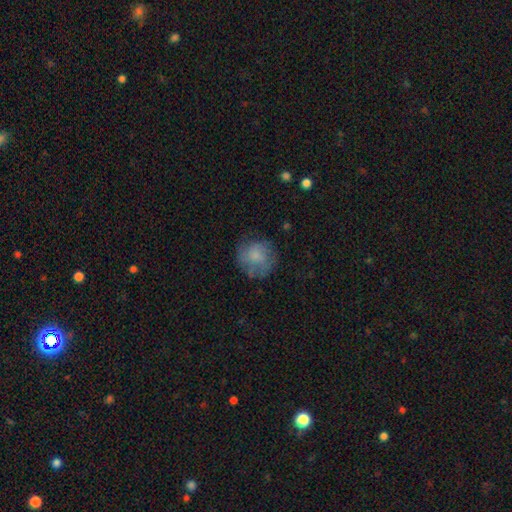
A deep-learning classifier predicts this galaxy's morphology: Smooth or featured: smooth — 69% (featured or disk — 22%)
How rounded: round — 89% (in between — 10%)
Merging: none — 68% (minor disturbance — 21%)